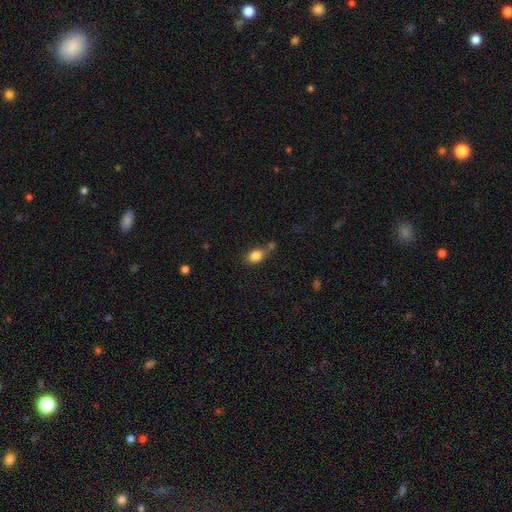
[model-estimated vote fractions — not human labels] Smooth or featured?
  - smooth: 84% *
  - star or artifact: 9%
  - featured or disk: 7%
How rounded?
  - in between: 75% *
  - round: 23%
  - cigar-shaped: 2%
Merging?
  - none: 58% *
  - minor disturbance: 19%
  - merger: 17%
  - major disturbance: 6%